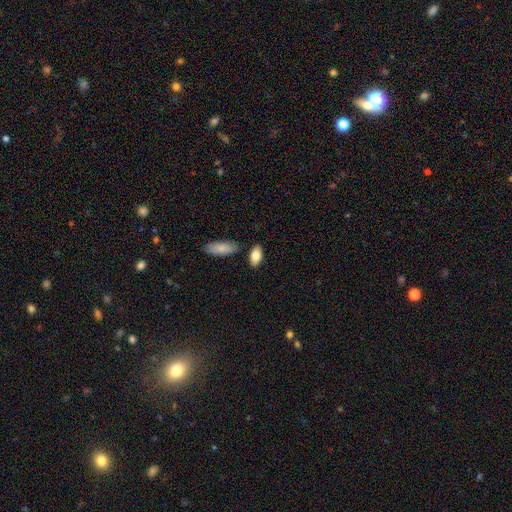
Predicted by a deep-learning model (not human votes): Smooth or featured? smooth (82%)
How rounded? in between (91%)
Merging? none (80%)